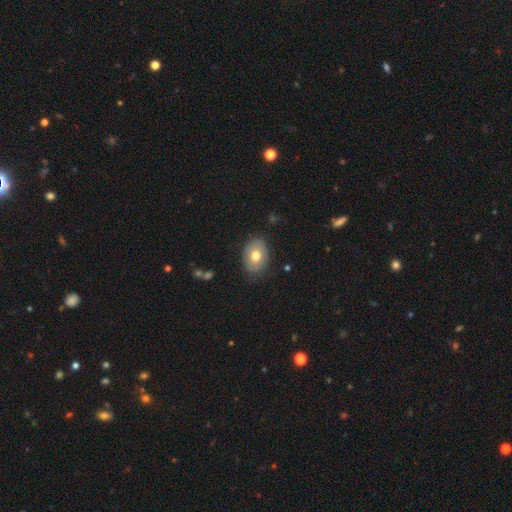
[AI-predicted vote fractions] Morphology: type=smooth (73%); roundness=in between (76%); merging=none (81%).